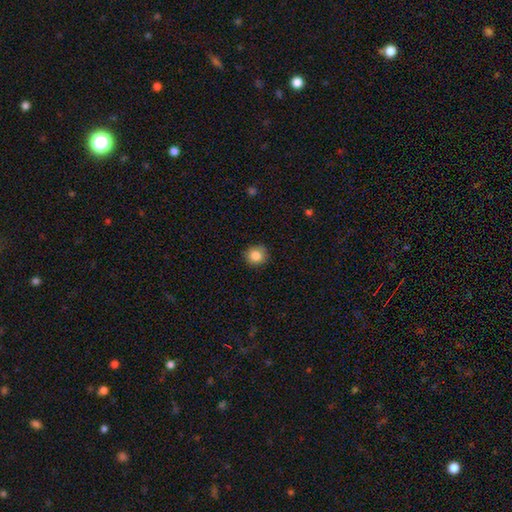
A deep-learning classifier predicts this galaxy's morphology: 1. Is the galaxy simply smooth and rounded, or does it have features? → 85% smooth, 10% star or artifact, 6% featured or disk.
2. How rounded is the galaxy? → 89% round, 10% in between, 1% cigar-shaped.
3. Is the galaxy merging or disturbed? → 88% none, 9% minor disturbance, 2% major disturbance, 1% merger.